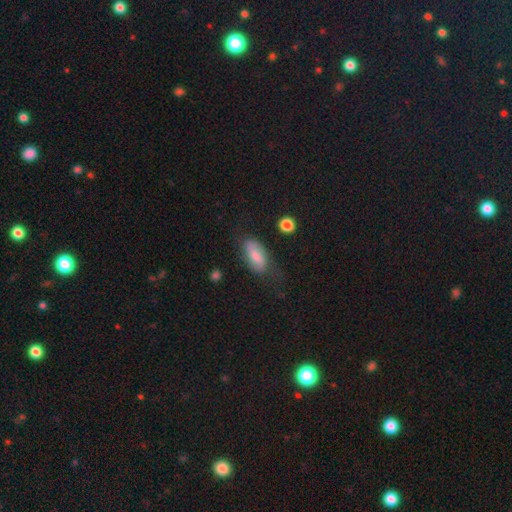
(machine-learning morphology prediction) Overall: smooth (70%). How rounded: in between (87%). Merging: none (59%; minor disturbance 25%).